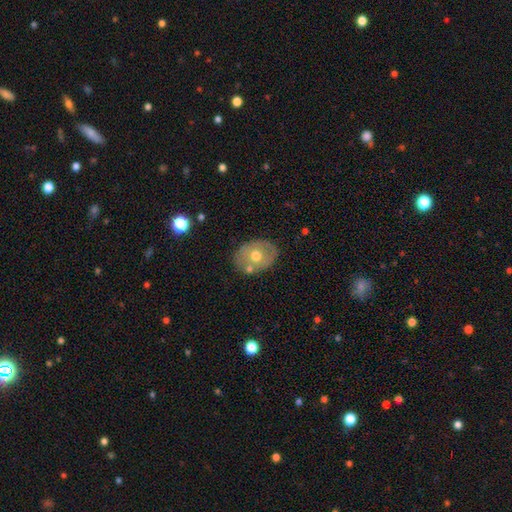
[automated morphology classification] Q: Smooth or featured?
A: smooth (51%); runner-up: featured or disk (41%)
Q: How rounded?
A: in between (63%); runner-up: round (36%)
Q: Merging?
A: none (73%); runner-up: minor disturbance (15%)